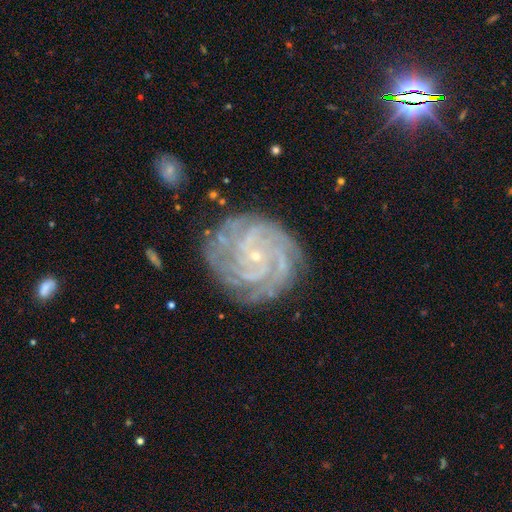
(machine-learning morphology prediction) The model was most divided on "spiral arm count": 4: 32%, 3: 18%, more than 4: 17%, can't tell: 16%, 2: 10%, 1: 7%. More confident: spiral arms — yes (98%); edge-on disk — no (98%); smooth or featured — featured or disk (89%); bulge size — small (88%); spiral winding — tight (78%); merging — none (78%); bar — no (71%).